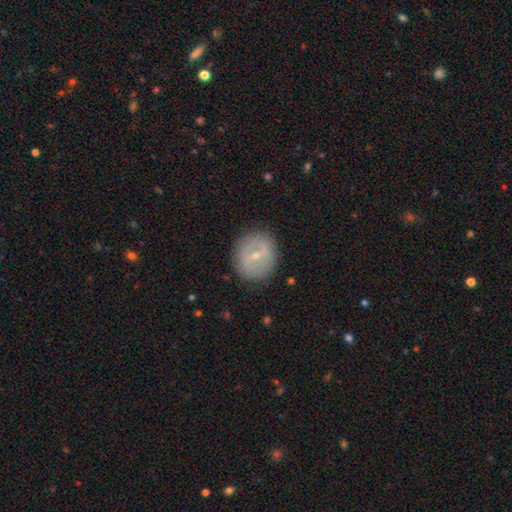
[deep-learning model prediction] Smooth or featured: featured or disk — 55% (smooth — 37%)
Edge-on disk: no — 94% (yes — 6%)
Bar: weak — 47% (strong — 29%)
Spiral arms: no — 73% (yes — 27%)
Bulge size: small — 64% (moderate — 33%)
Merging: none — 86% (minor disturbance — 9%)